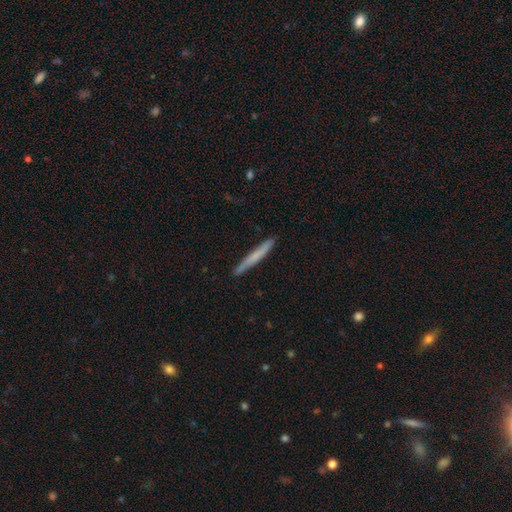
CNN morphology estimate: smooth 62%, featured or disk 32%, star or artifact 6%. Down the decision tree: how rounded — cigar-shaped (97%); merging — none (90%).